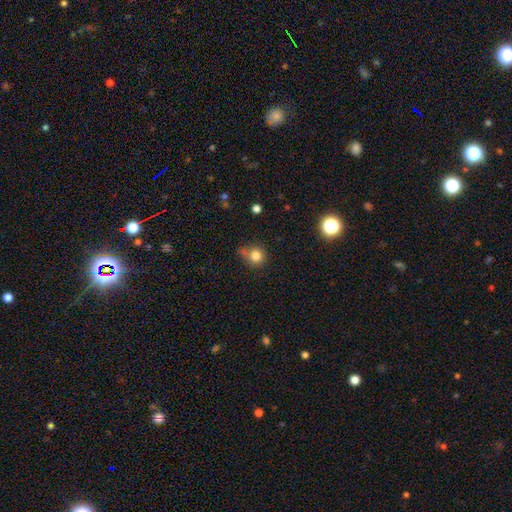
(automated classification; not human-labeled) smooth-or-featured: smooth: 81% | star or artifact: 12% | featured or disk: 7%
  how-rounded: round: 88% | in between: 11% | cigar-shaped: 1%
  merging: none: 59% | minor disturbance: 23% | merger: 10% | major disturbance: 7%